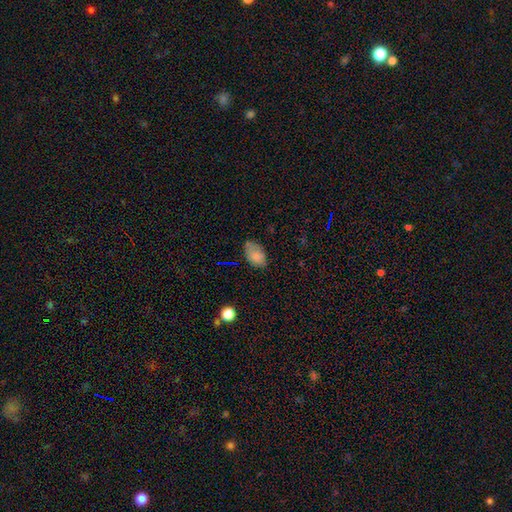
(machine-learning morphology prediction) Smooth or featured? smooth (78%)
How rounded? in between (90%)
Merging? none (65%)